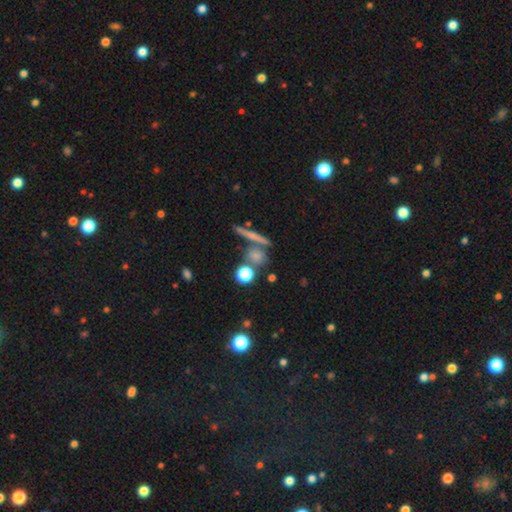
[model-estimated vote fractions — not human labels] Smooth or featured?
  - smooth: 67% *
  - featured or disk: 19%
  - star or artifact: 14%
How rounded?
  - round: 66% *
  - in between: 18%
  - cigar-shaped: 17%
Merging?
  - none: 63% *
  - merger: 22%
  - minor disturbance: 10%
  - major disturbance: 5%